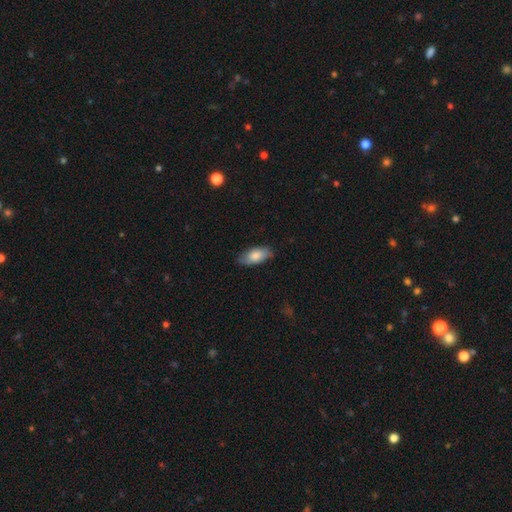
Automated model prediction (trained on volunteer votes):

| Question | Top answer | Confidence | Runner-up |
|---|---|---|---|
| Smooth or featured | smooth | 79% | featured or disk (15%) |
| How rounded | in between | 90% | cigar-shaped (7%) |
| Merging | none | 78% | minor disturbance (18%) |